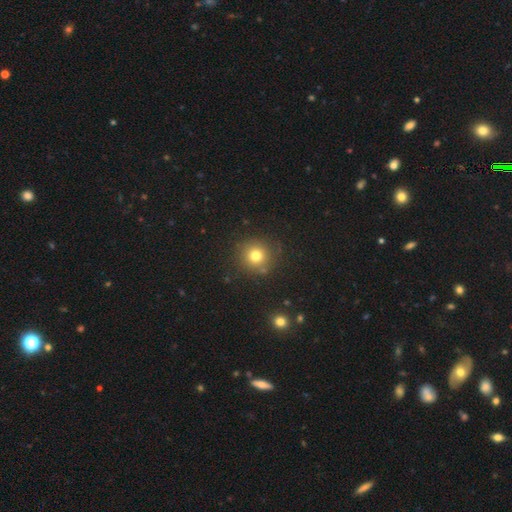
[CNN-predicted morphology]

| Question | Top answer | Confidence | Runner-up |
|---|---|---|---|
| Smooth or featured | smooth | 76% | star or artifact (15%) |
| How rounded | round | 93% | in between (6%) |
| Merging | none | 85% | minor disturbance (8%) |